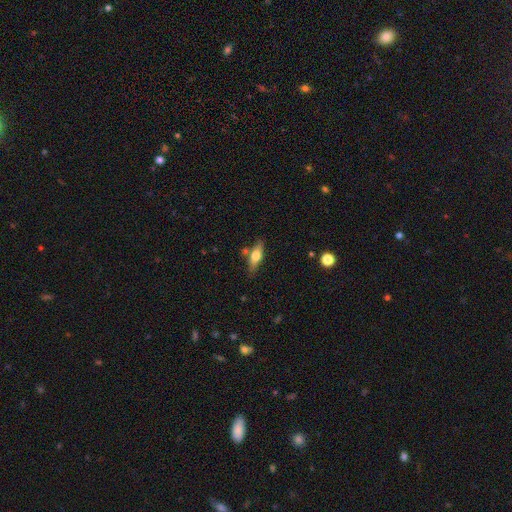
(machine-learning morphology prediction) This is possibly a smooth galaxy (56%). How rounded: possibly in between (53%). Merging: likely none (75%).